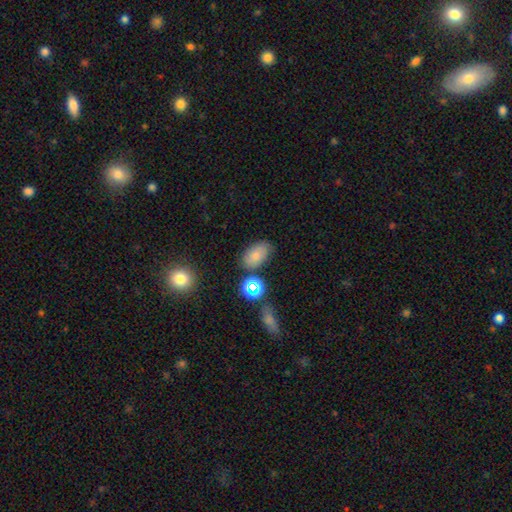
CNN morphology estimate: The model was most divided on "merging": none: 73%, minor disturbance: 16%, merger: 6%, major disturbance: 5%. More confident: how rounded — in between (88%); smooth or featured — smooth (74%).